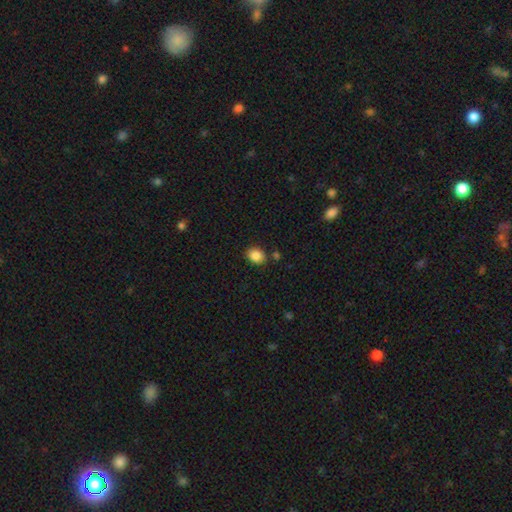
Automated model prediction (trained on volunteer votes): smooth_or_featured: smooth (p=0.86) [alt: star or artifact p=0.09]
how_rounded: in between (p=0.52) [alt: round p=0.47]
merging: none (p=0.81) [alt: minor disturbance p=0.11]